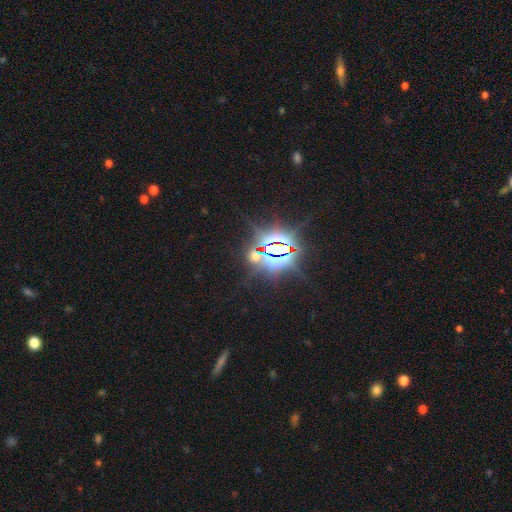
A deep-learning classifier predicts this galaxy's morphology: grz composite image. It shows a star or artifact, not a galaxy (79%).